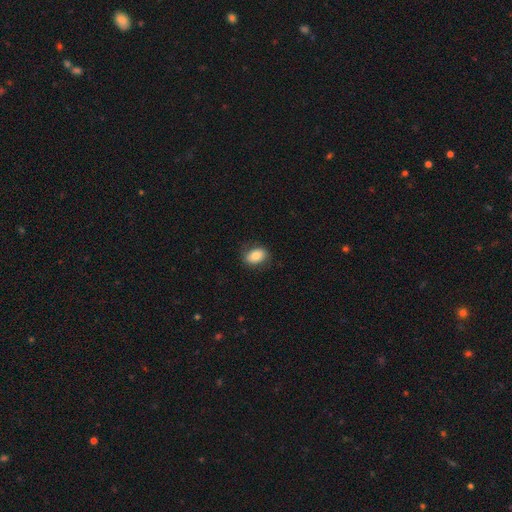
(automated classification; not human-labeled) The model was most divided on "how rounded": in between: 78%, round: 21%, cigar-shaped: 1%. More confident: merging — none (81%); smooth or featured — smooth (80%).